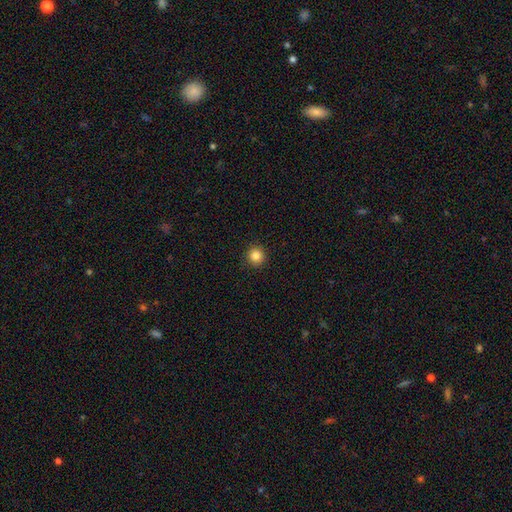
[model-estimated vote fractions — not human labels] smooth-or-featured: smooth: 84% | star or artifact: 11% | featured or disk: 4%
  how-rounded: round: 95% | in between: 4% | cigar-shaped: 1%
  merging: none: 92% | minor disturbance: 5% | major disturbance: 2% | merger: 1%